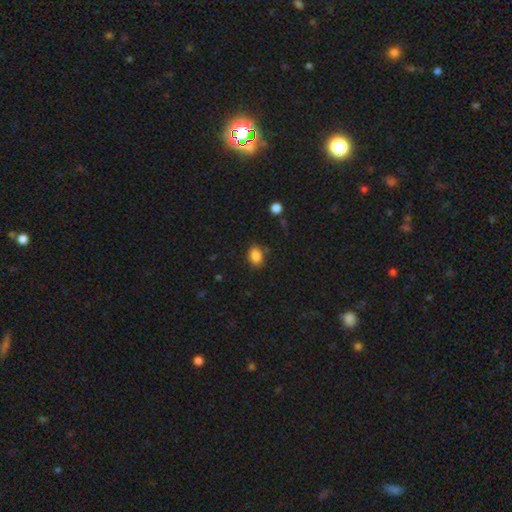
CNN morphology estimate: A smooth galaxy with no disk features (86%) that is in between round and cigar-shaped (75%).

Vote fractions:
- Smooth or featured? smooth: 86% / star or artifact: 10% / featured or disk: 5%
- How rounded? in between: 75% / round: 24% / cigar-shaped: 1%
- Merging? none: 80% / minor disturbance: 13% / merger: 4% / major disturbance: 3%